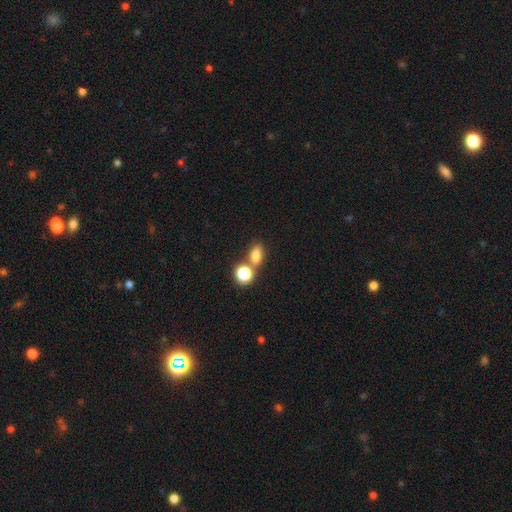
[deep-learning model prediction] Q: Smooth or featured?
A: smooth (75%); runner-up: star or artifact (16%)
Q: How rounded?
A: in between (69%); runner-up: round (27%)
Q: Merging?
A: none (58%); runner-up: merger (27%)